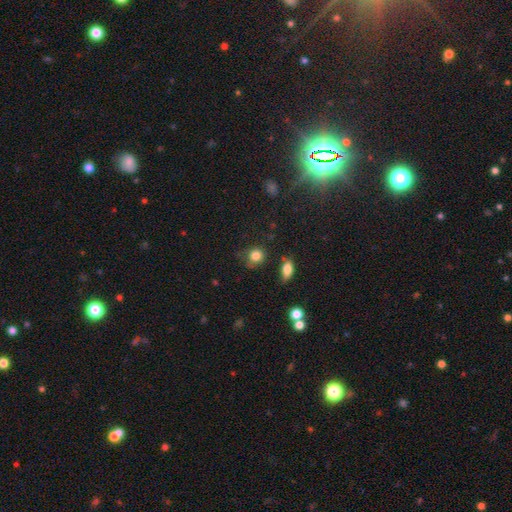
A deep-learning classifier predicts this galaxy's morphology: smooth 82%, star or artifact 11%, featured or disk 7%. Down the decision tree: how rounded — round (79%); merging — none (63%).